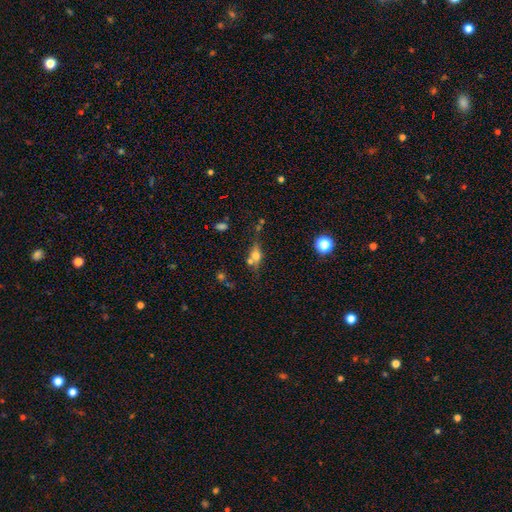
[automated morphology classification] The model was most divided on "merging": none: 50%, merger: 28%, minor disturbance: 15%, major disturbance: 7%. More confident: how rounded — in between (59%); smooth or featured — smooth (54%).